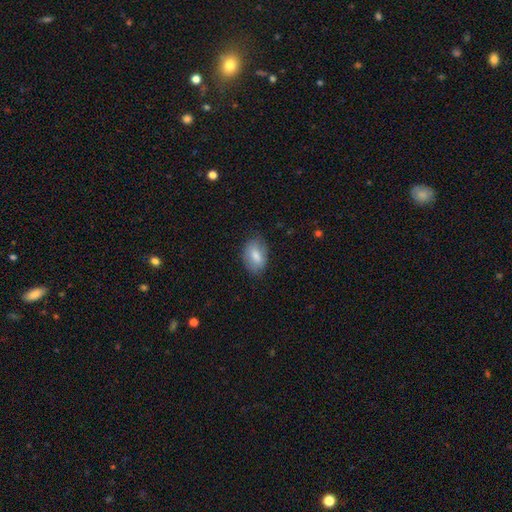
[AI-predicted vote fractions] The model was most divided on "merging": none: 75%, minor disturbance: 19%, major disturbance: 5%, merger: 1%. More confident: how rounded — in between (87%); smooth or featured — smooth (78%).